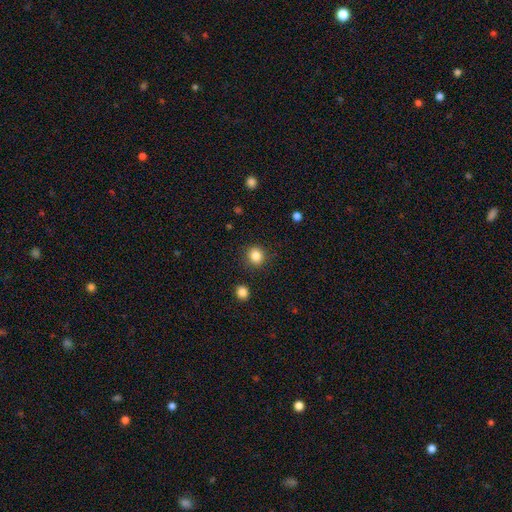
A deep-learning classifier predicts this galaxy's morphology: smooth_or_featured: smooth (p=0.85) [alt: star or artifact p=0.11]
how_rounded: round (p=0.86) [alt: in between p=0.13]
merging: none (p=0.89) [alt: minor disturbance p=0.07]